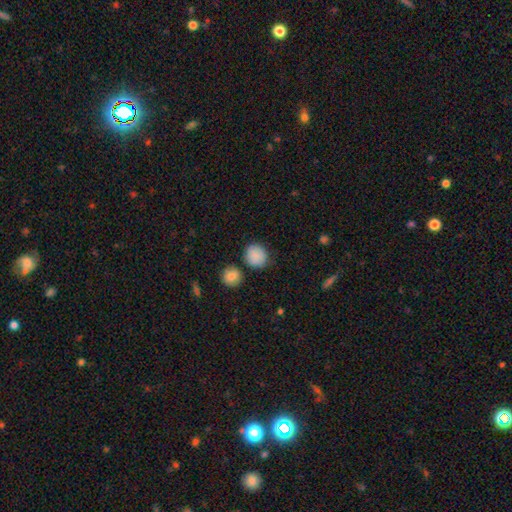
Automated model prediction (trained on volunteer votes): Smooth or featured: smooth — 86% (star or artifact — 8%)
How rounded: round — 85% (in between — 14%)
Merging: none — 78% (minor disturbance — 12%)